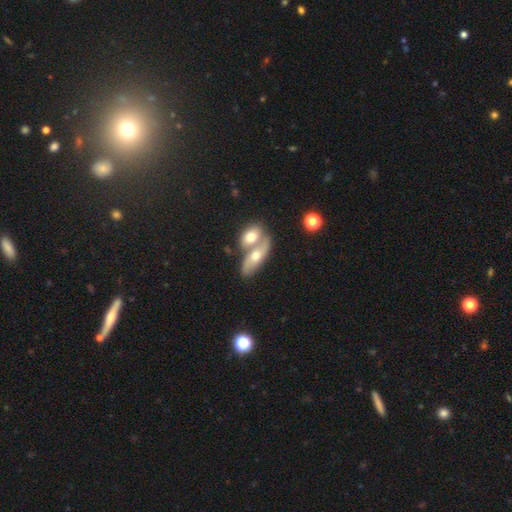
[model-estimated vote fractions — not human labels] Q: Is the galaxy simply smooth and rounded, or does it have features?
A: smooth — 52%.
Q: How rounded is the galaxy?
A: in between — 76%.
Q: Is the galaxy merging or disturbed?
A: merger — 64%.